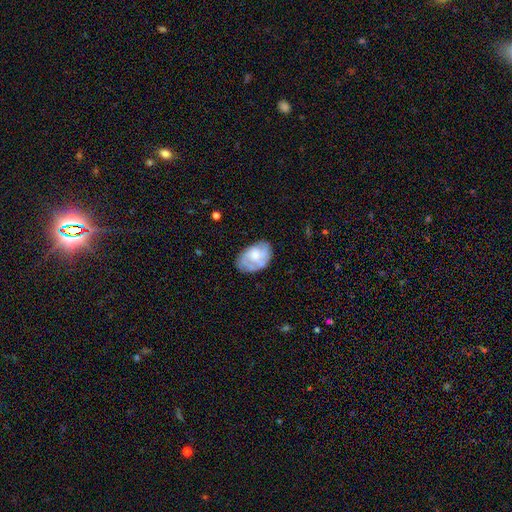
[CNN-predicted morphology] This appears to be a featured or disk galaxy (54%) with no bar (75%), spiral arms (69%) and a moderate central bulge (44%). Merging: none (63%).